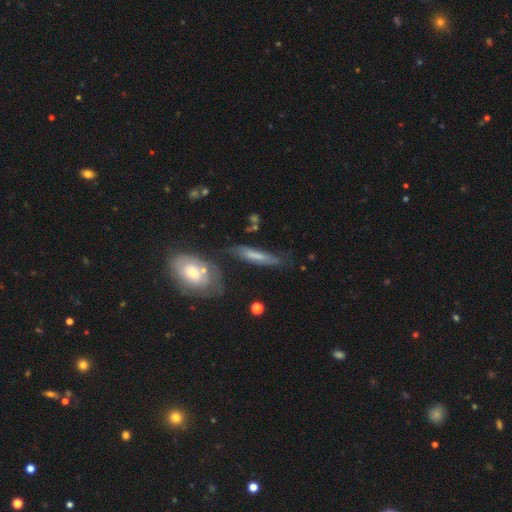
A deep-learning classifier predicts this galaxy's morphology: The model was most divided on "smooth or featured": smooth: 50%, featured or disk: 42%, star or artifact: 8%. More confident: merging — none (59%).